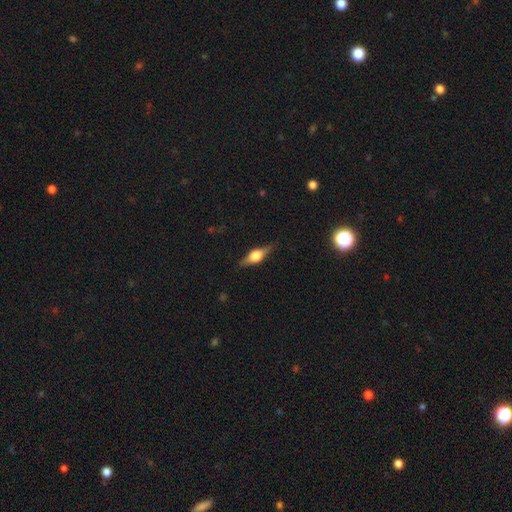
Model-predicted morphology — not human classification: smooth-or-featured: featured or disk: 63% | smooth: 30% | star or artifact: 7%
  disk-edge-on: yes: 96% | no: 4%
    edge-on-bulge: rounded: 92% | boxy: 6% | none: 1%
  merging: none: 84% | minor disturbance: 12% | major disturbance: 3% | merger: 1%